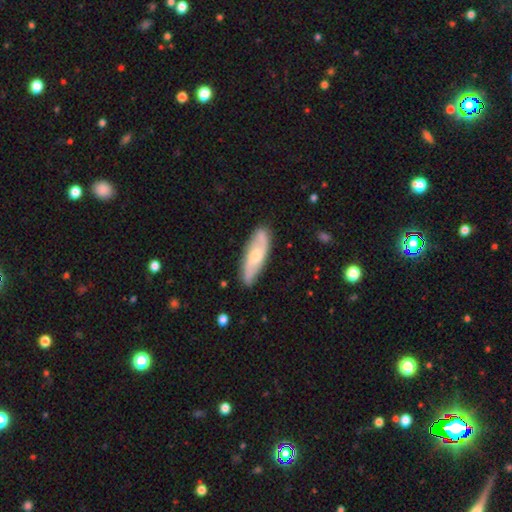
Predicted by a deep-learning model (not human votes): This appears to be a featured or disk galaxy (56%). Merging: none (83%).